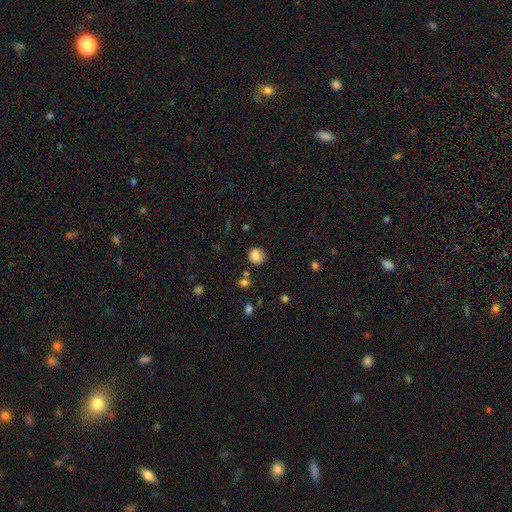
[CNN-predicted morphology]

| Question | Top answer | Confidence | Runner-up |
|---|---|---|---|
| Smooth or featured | smooth | 85% | star or artifact (10%) |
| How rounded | round | 85% | in between (14%) |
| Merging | none | 80% | minor disturbance (12%) |